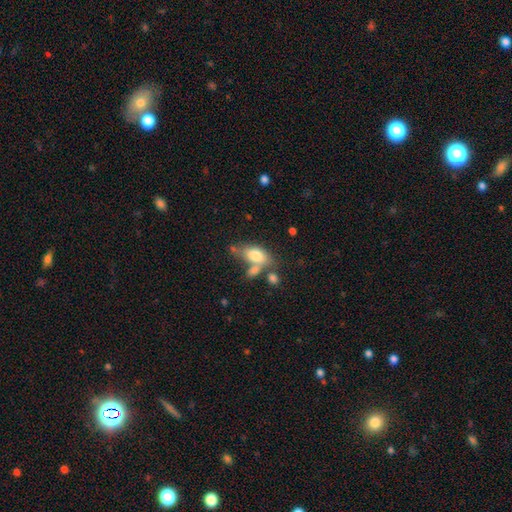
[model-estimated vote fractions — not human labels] Smooth or featured?
  - smooth: 75% *
  - featured or disk: 18%
  - star or artifact: 8%
How rounded?
  - in between: 86% *
  - cigar-shaped: 7%
  - round: 6%
Merging?
  - none: 45% *
  - merger: 30%
  - minor disturbance: 17%
  - major disturbance: 8%